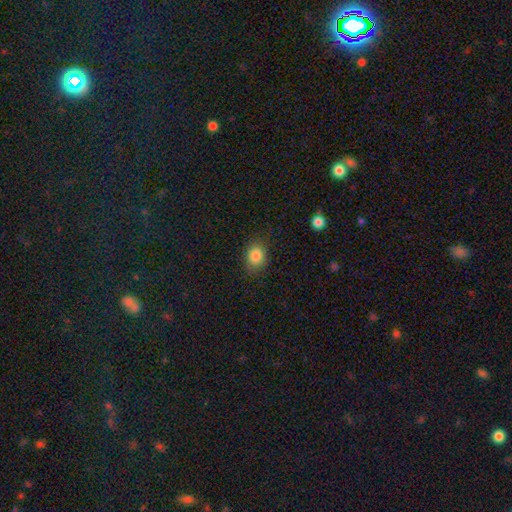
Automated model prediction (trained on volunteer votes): Smooth or featured? Predicted: smooth (p=0.85). How rounded? Predicted: in between (p=0.58). Merging? Predicted: none (p=0.81).